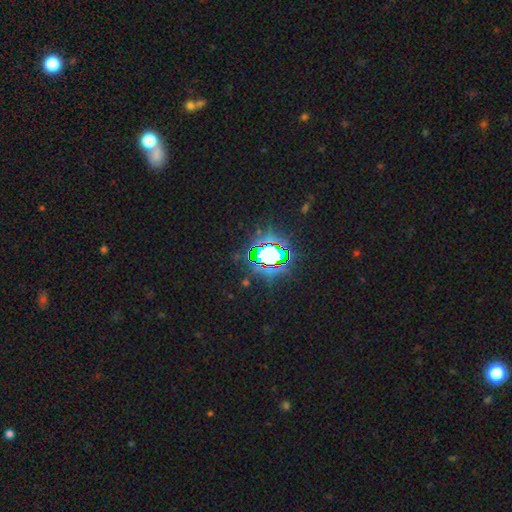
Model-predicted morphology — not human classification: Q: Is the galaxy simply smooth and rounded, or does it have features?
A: star or artifact — 80%.